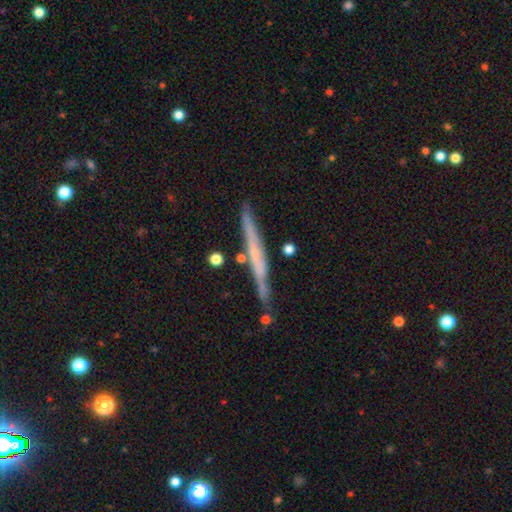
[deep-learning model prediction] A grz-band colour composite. It shows a featured or disk galaxy (56%) viewed edge-on (95%) with no central bulge (79%). Merging: none (81%).